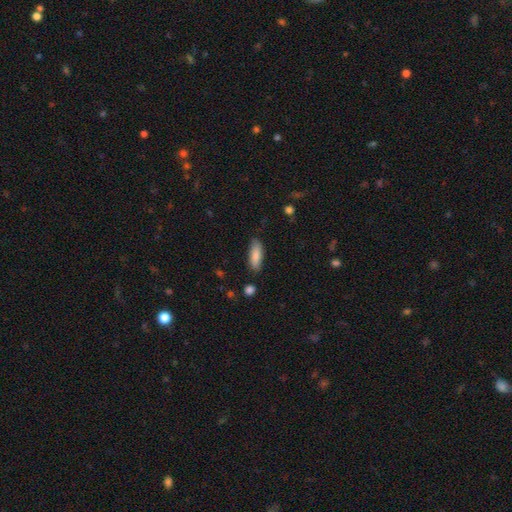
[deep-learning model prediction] Q: Smooth or featured?
A: smooth (85%); runner-up: featured or disk (9%)
Q: How rounded?
A: in between (62%); runner-up: cigar-shaped (36%)
Q: Merging?
A: none (81%); runner-up: minor disturbance (14%)